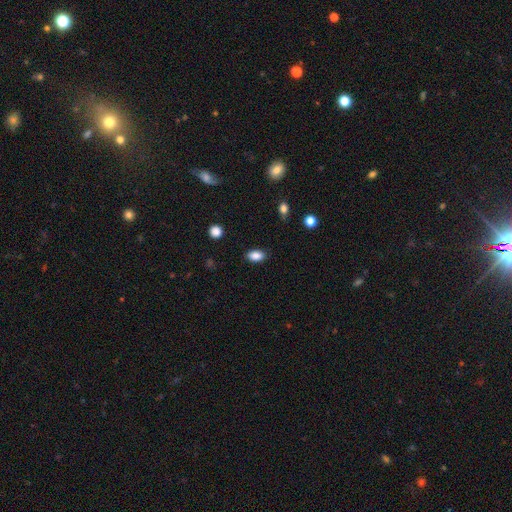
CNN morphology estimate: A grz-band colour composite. It shows a smooth galaxy with no disk features (87%) that is in between round and cigar-shaped (90%). Merging: none (86%).